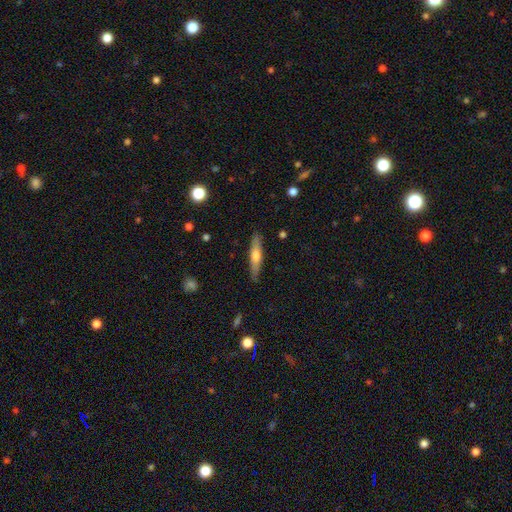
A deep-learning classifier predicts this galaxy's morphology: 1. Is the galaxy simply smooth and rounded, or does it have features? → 49% smooth, 45% featured or disk, 6% star or artifact.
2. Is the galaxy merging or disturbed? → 87% none, 10% minor disturbance, 2% major disturbance, 1% merger.